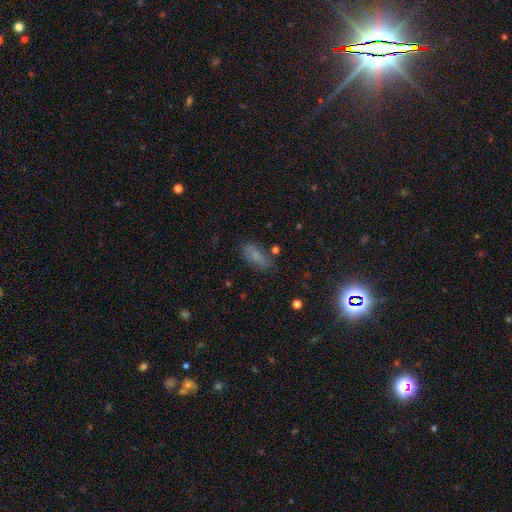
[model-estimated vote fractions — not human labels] A smooth galaxy with no disk features (66%) that is in between round and cigar-shaped (80%). Merging: none (69%).